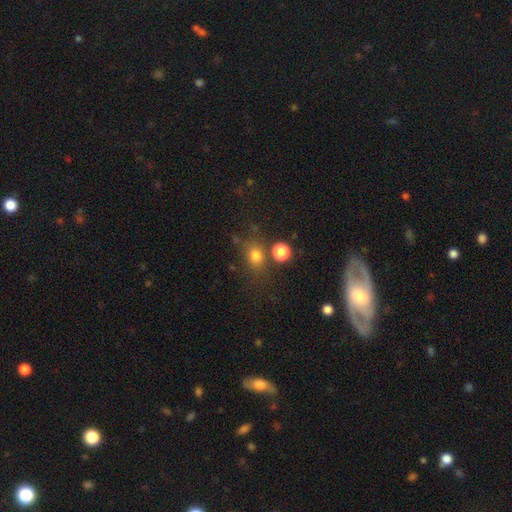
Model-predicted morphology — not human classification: Q: Smooth or featured?
A: smooth (77%); runner-up: star or artifact (15%)
Q: How rounded?
A: round (61%); runner-up: in between (37%)
Q: Merging?
A: none (67%); runner-up: minor disturbance (14%)